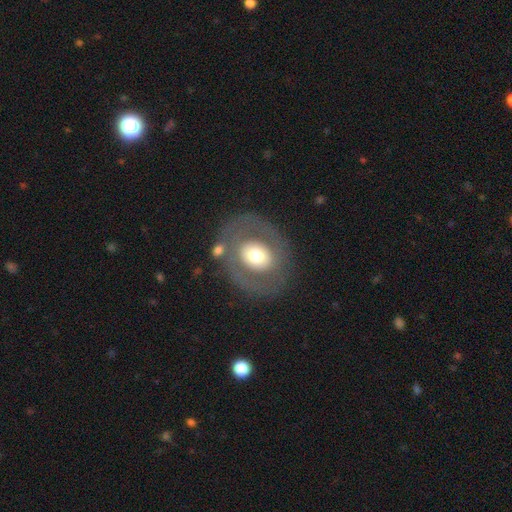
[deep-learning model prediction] Overall: smooth (47%; featured or disk 46%). Merging: none (74%).